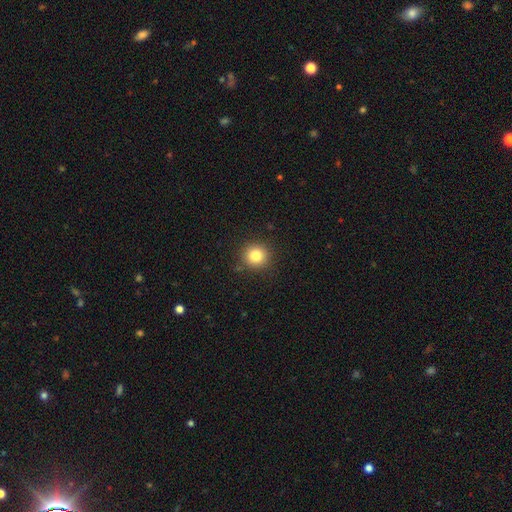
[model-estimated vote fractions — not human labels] This is clearly a smooth galaxy (82%). How rounded: clearly round (93%). Merging: clearly none (89%).